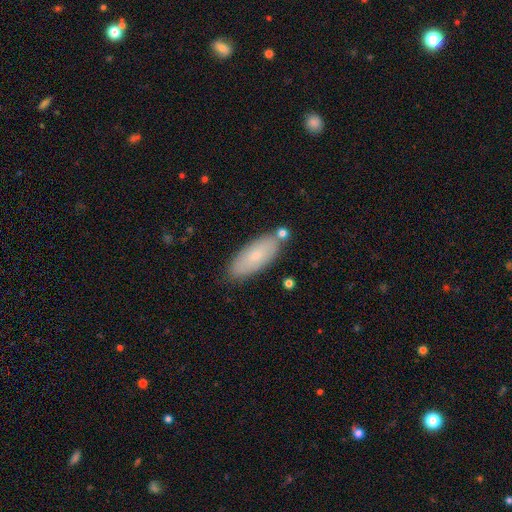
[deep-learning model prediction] A smooth galaxy with no disk features (73%) that is in between round and cigar-shaped (75%).

Vote fractions:
- Smooth or featured? smooth: 73% / featured or disk: 20% / star or artifact: 7%
- How rounded? in between: 75% / cigar-shaped: 23% / round: 2%
- Merging? none: 79% / minor disturbance: 13% / merger: 5% / major disturbance: 3%